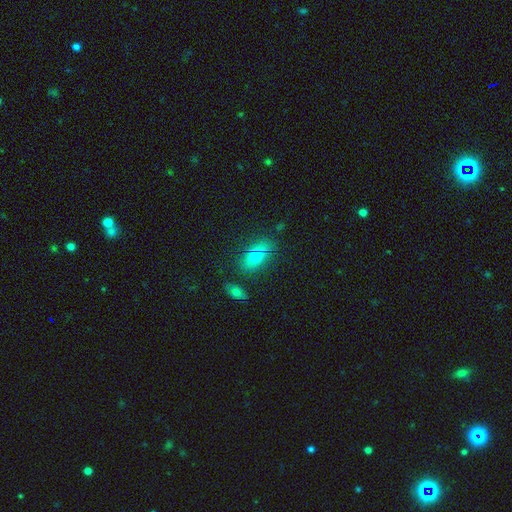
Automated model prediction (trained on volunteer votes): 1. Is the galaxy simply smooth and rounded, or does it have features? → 71% smooth, 18% featured or disk, 11% star or artifact.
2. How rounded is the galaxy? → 82% in between, 9% round, 9% cigar-shaped.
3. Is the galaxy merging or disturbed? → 73% none, 15% minor disturbance, 6% merger, 5% major disturbance.